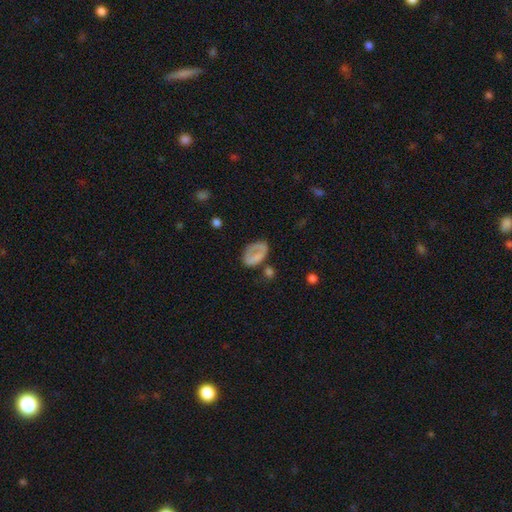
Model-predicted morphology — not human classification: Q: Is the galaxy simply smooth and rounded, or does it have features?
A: smooth — 61%.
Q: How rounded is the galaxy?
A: in between — 83%.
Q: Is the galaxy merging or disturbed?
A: none — 46%.